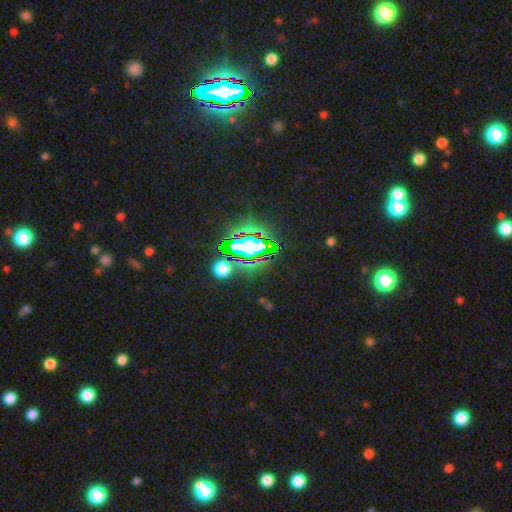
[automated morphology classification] This is clearly a star or artifact rather than a galaxy (81%).